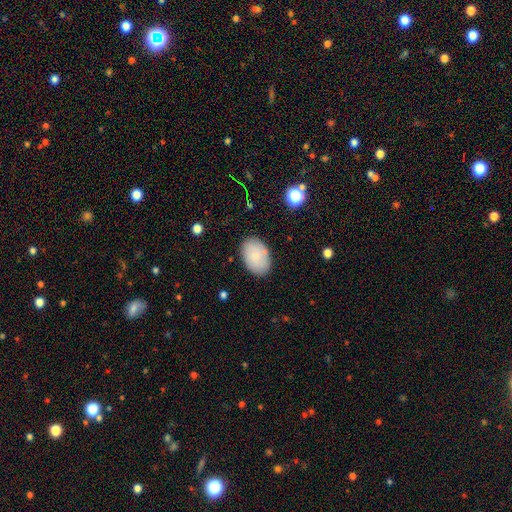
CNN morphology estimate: smooth_or_featured: smooth (p=0.83) [alt: featured or disk p=0.10]
how_rounded: in between (p=0.88) [alt: round p=0.11]
merging: none (p=0.84) [alt: minor disturbance p=0.12]